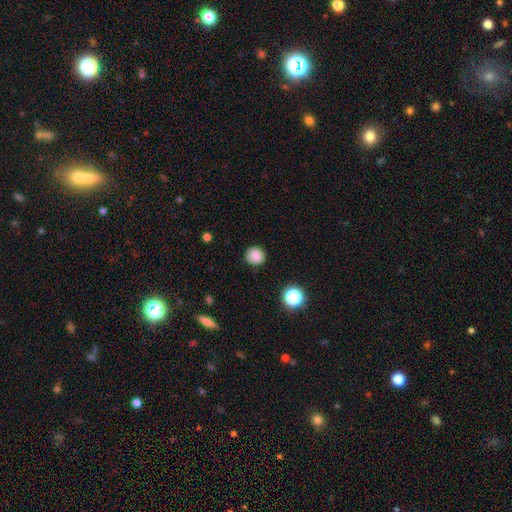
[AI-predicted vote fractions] Smooth or featured: smooth — 81% (star or artifact — 11%)
How rounded: round — 85% (in between — 14%)
Merging: none — 85% (minor disturbance — 11%)